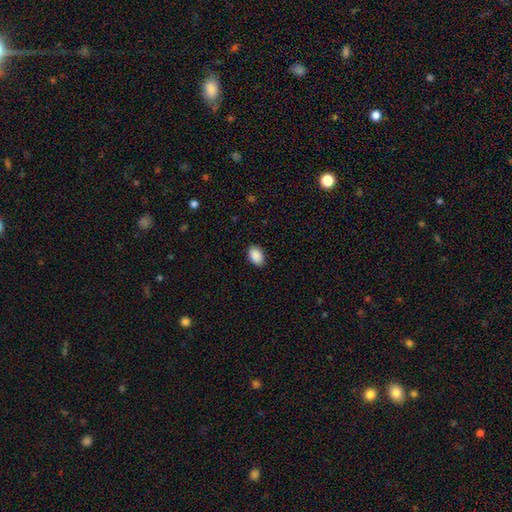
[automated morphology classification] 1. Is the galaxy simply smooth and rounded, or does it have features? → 90% smooth, 7% star or artifact, 3% featured or disk.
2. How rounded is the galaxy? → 86% in between, 12% round, 1% cigar-shaped.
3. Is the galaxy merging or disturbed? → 88% none, 10% minor disturbance, 2% major disturbance, 1% merger.